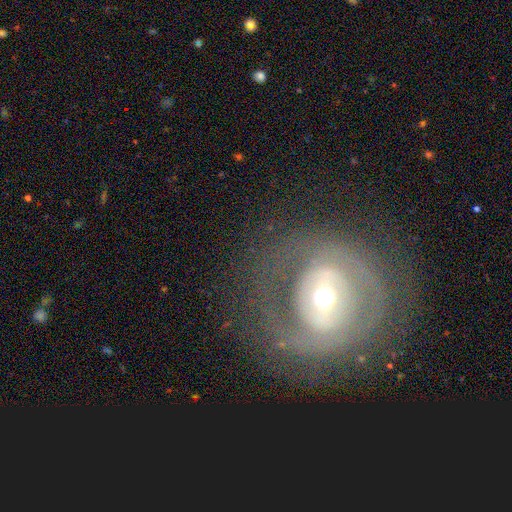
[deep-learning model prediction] Smooth or featured? Predicted: featured or disk (p=0.68). Edge-on disk? Predicted: no (p=0.95). Bar? Predicted: no (p=0.47). Spiral arms? Predicted: yes (p=0.51). Bulge size? Predicted: moderate (p=0.66). Merging? Predicted: none (p=0.70).